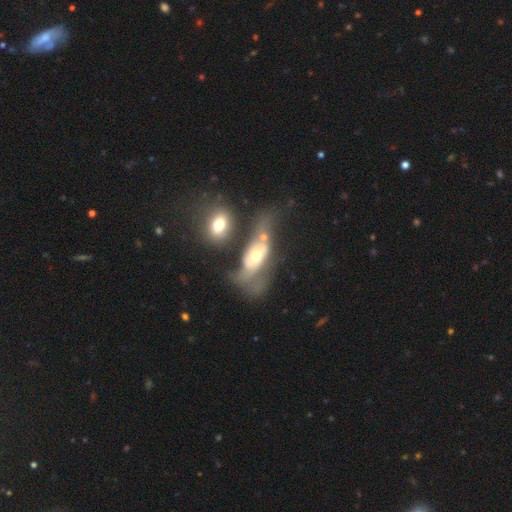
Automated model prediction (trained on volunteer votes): Smooth or featured: featured or disk — 56% (smooth — 36%)
Edge-on disk: no — 87% (yes — 13%)
Merging: major disturbance — 35% (merger — 33%)